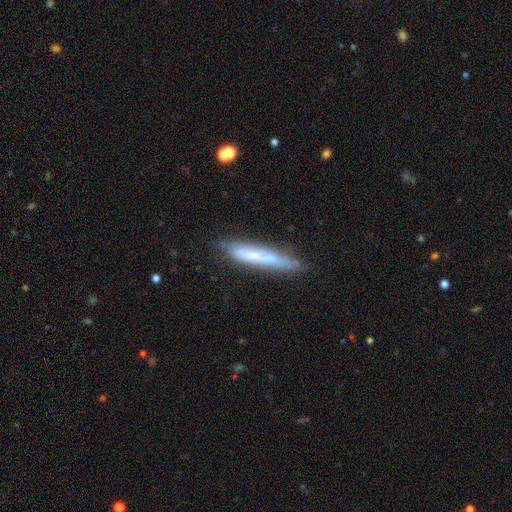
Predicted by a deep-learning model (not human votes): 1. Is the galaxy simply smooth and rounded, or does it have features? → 48% smooth, 44% featured or disk, 8% star or artifact.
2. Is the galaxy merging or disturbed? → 74% none, 19% minor disturbance, 4% major disturbance, 3% merger.